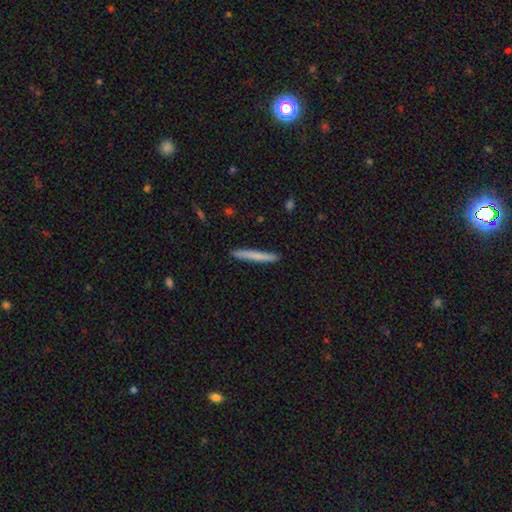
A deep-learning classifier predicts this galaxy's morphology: This appears to be a smooth galaxy with no disk features (74%) that is cigar-shaped (97%). Merging: none (91%).